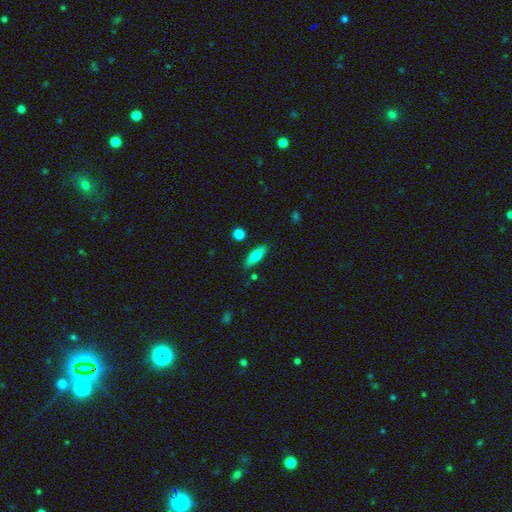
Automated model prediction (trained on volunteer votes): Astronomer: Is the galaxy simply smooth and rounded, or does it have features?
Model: smooth — 71%.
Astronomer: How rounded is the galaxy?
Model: in between — 59% (runner-up: cigar-shaped, 38%).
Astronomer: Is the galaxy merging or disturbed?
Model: none — 83%.